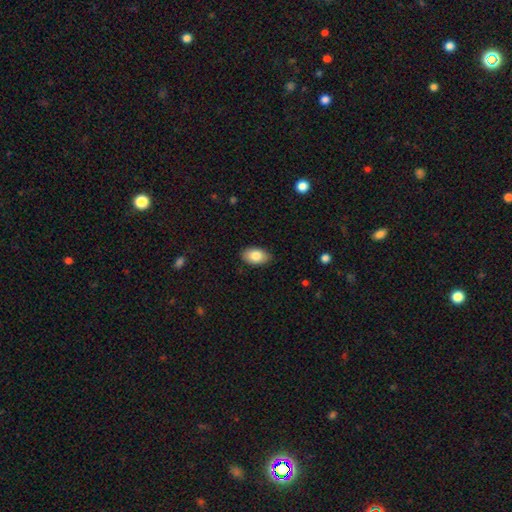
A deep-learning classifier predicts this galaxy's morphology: smooth 84%, featured or disk 9%, star or artifact 7%. Down the decision tree: how rounded — in between (92%); merging — none (87%).